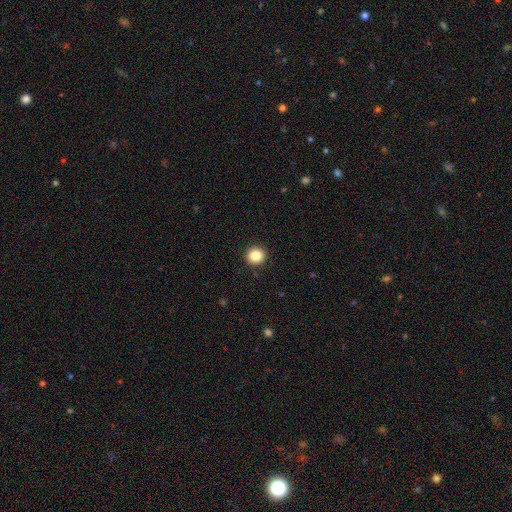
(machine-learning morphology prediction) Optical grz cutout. It shows a smooth galaxy with no disk features (86%) that is round (92%). Merging: none (92%).